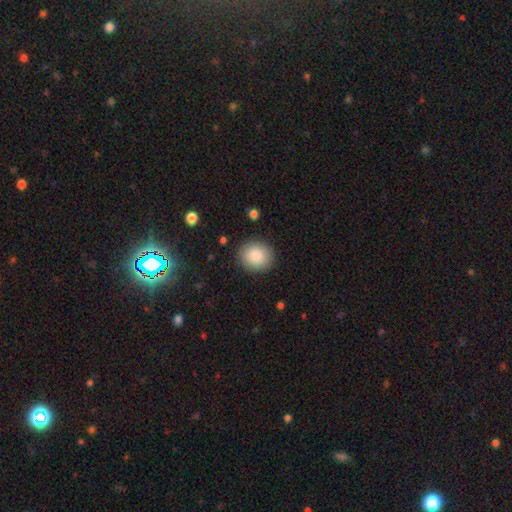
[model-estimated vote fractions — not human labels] Q: Smooth or featured?
A: smooth (89%); runner-up: star or artifact (7%)
Q: How rounded?
A: round (80%); runner-up: in between (19%)
Q: Merging?
A: none (89%); runner-up: minor disturbance (8%)